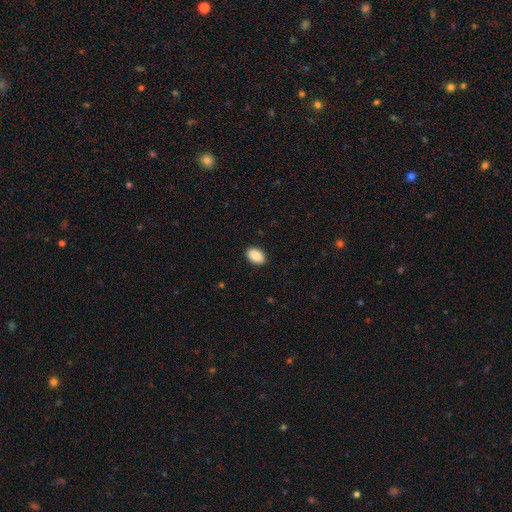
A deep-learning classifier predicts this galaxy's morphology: Q: Smooth or featured?
A: smooth (91%); runner-up: star or artifact (7%)
Q: How rounded?
A: in between (89%); runner-up: round (10%)
Q: Merging?
A: none (90%); runner-up: minor disturbance (7%)